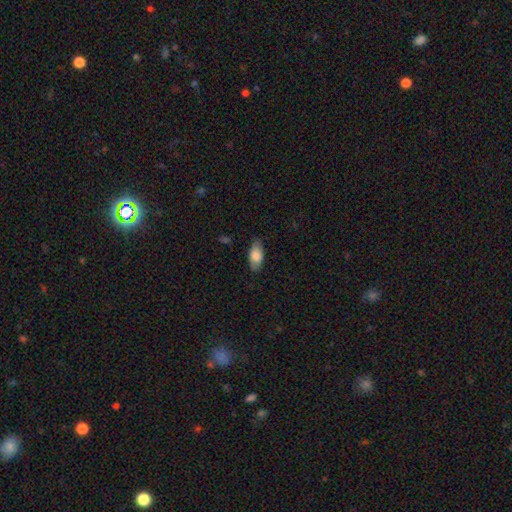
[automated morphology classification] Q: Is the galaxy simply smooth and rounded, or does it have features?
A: smooth — 79%.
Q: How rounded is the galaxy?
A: in between — 90%.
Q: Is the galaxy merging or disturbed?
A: none — 82%.